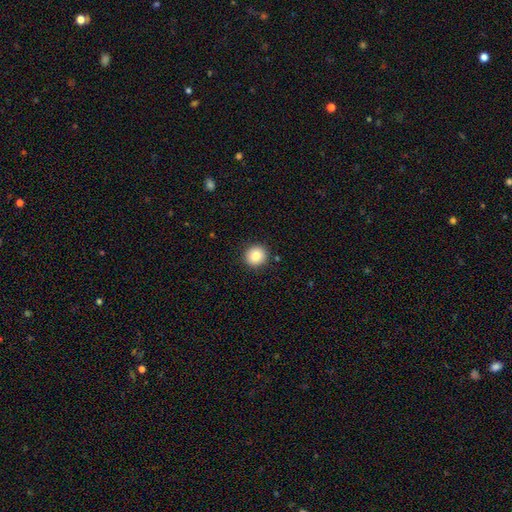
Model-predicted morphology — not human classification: Smooth or featured?
  - smooth: 84% *
  - star or artifact: 9%
  - featured or disk: 7%
How rounded?
  - round: 91% *
  - in between: 8%
  - cigar-shaped: 1%
Merging?
  - none: 91% *
  - minor disturbance: 6%
  - major disturbance: 2%
  - merger: 1%